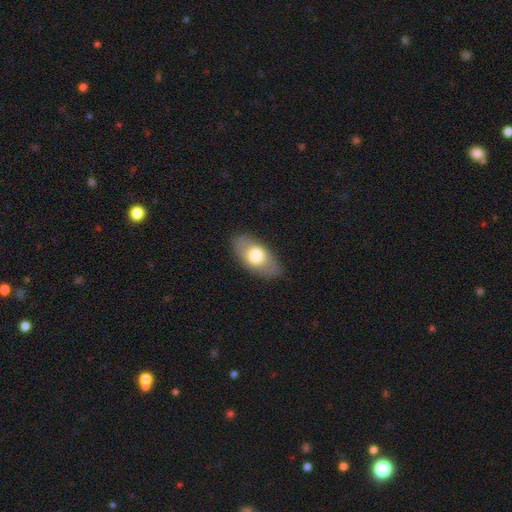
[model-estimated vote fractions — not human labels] A smooth galaxy with no disk features (66%) that is in between round and cigar-shaped (89%). Merging: none (83%).